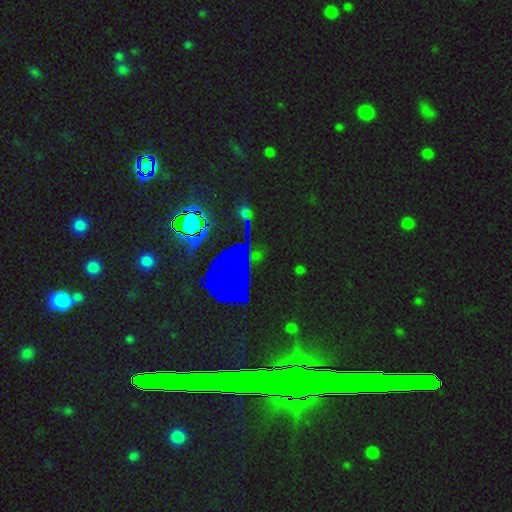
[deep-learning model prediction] Smooth or featured? star or artifact (74%)